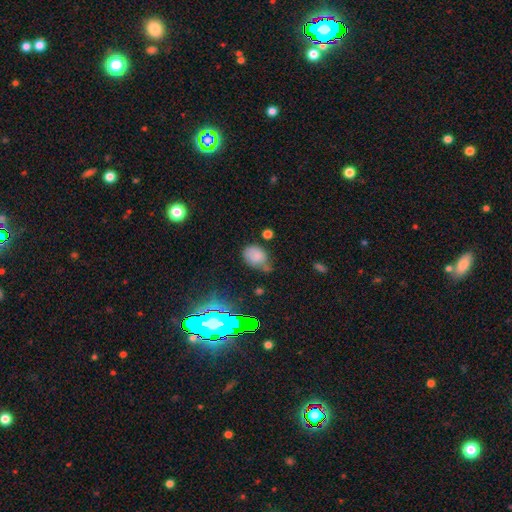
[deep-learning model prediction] Smooth or featured?
  - smooth: 75% *
  - star or artifact: 15%
  - featured or disk: 10%
How rounded?
  - in between: 67% *
  - round: 32%
  - cigar-shaped: 1%
Merging?
  - none: 40% *
  - minor disturbance: 39%
  - major disturbance: 13%
  - merger: 9%